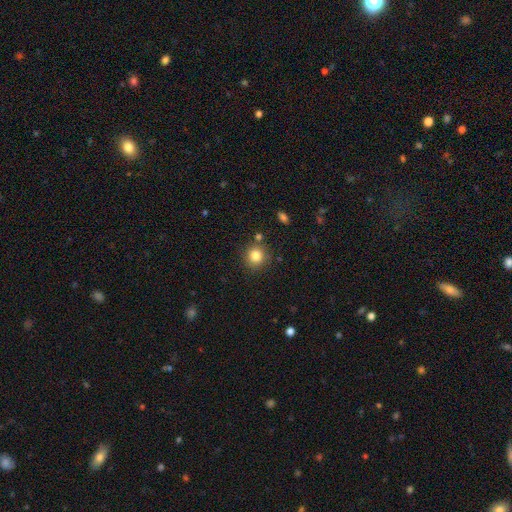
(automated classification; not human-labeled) Smooth or featured? smooth (83%)
How rounded? round (90%)
Merging? none (82%)